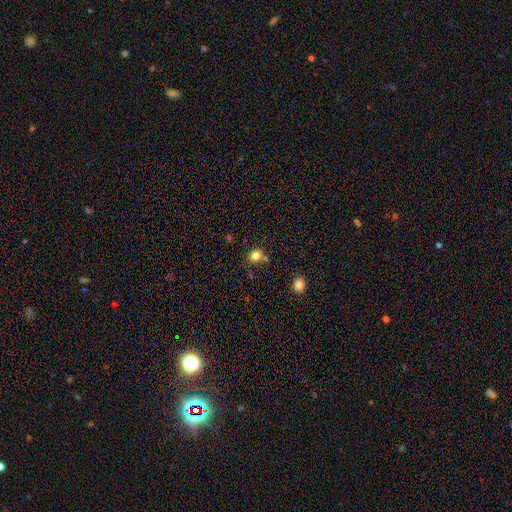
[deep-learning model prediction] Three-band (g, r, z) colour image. It shows a smooth galaxy with no disk features (81%) that is round (83%). Merging: none (70%).